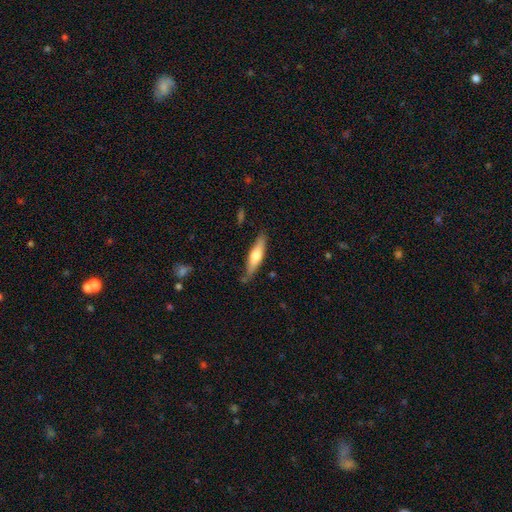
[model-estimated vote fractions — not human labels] A smooth galaxy with no disk features (52%) that is cigar-shaped (76%).

Vote fractions:
- Smooth or featured? smooth: 52% / featured or disk: 43% / star or artifact: 5%
- How rounded? cigar-shaped: 76% / in between: 22% / round: 2%
- Merging? none: 80% / minor disturbance: 15% / major disturbance: 3% / merger: 2%